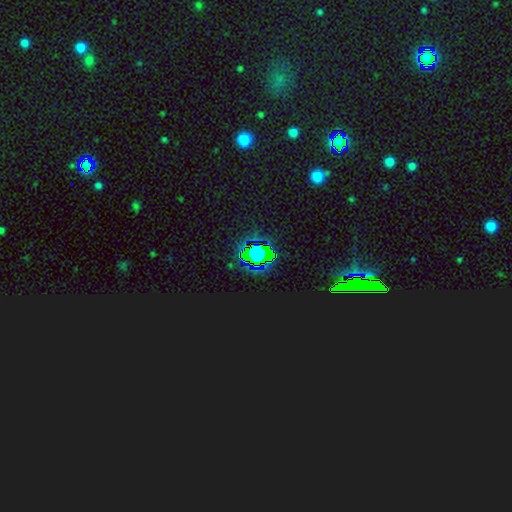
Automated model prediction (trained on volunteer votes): star or artifact 74%, smooth 15%, featured or disk 10%.